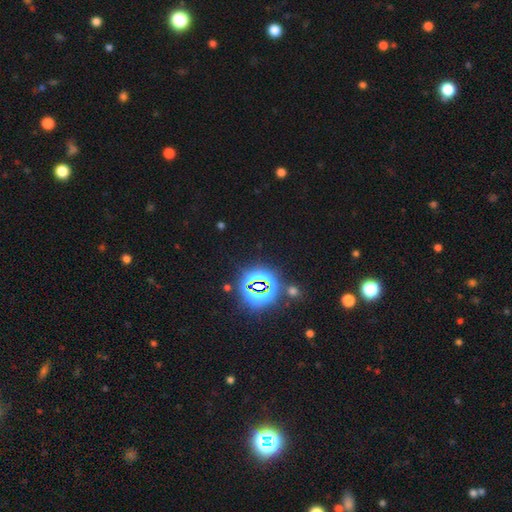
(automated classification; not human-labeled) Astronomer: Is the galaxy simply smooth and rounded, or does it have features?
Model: star or artifact — 83%.